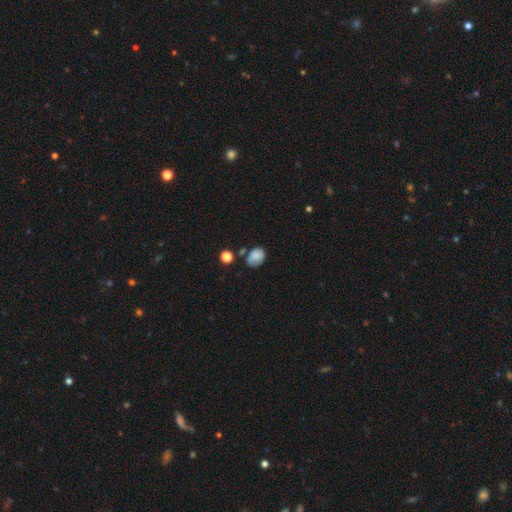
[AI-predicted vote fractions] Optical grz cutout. It shows a smooth galaxy with no disk features (80%) that is in between round and cigar-shaped (68%). Merging: none (53%).